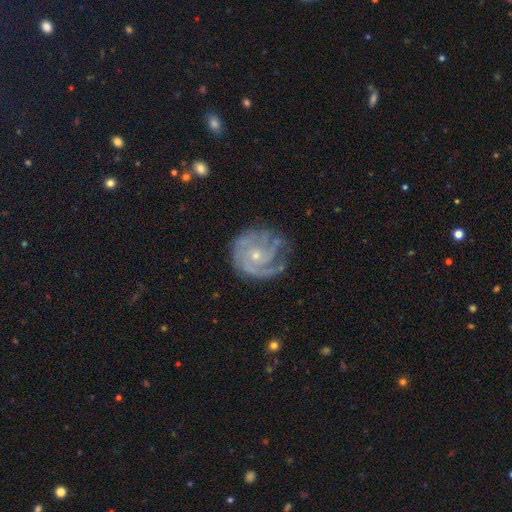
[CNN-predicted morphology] Q: Smooth or featured?
A: featured or disk (86%); runner-up: smooth (8%)
Q: Edge-on disk?
A: no (98%); runner-up: yes (2%)
Q: Bar?
A: no (78%); runner-up: weak (19%)
Q: Spiral arms?
A: yes (95%); runner-up: no (5%)
Q: Spiral winding?
A: tight (62%); runner-up: medium (30%)
Q: Spiral arm count?
A: 3 (30%); runner-up: can't tell (24%)
Q: Bulge size?
A: small (72%); runner-up: moderate (24%)
Q: Merging?
A: none (67%); runner-up: minor disturbance (20%)